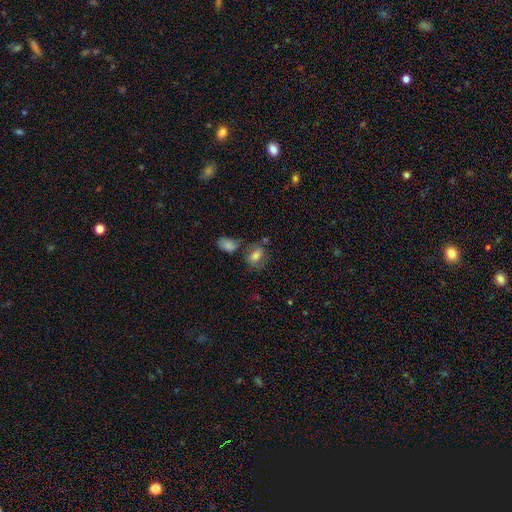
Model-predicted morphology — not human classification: A smooth galaxy with no disk features (74%) that is in between round and cigar-shaped (73%).

Vote fractions:
- Smooth or featured? smooth: 74% / featured or disk: 15% / star or artifact: 10%
- How rounded? in between: 73% / round: 25% / cigar-shaped: 2%
- Merging? none: 54% / minor disturbance: 20% / merger: 17% / major disturbance: 9%